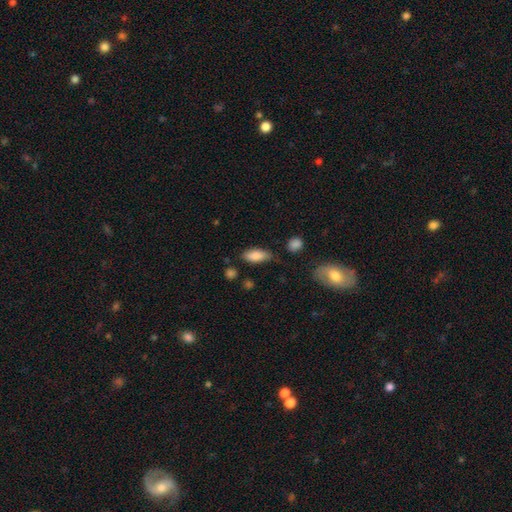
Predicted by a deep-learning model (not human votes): Q: Smooth or featured?
A: smooth (84%); runner-up: featured or disk (9%)
Q: How rounded?
A: in between (83%); runner-up: cigar-shaped (14%)
Q: Merging?
A: none (73%); runner-up: minor disturbance (20%)